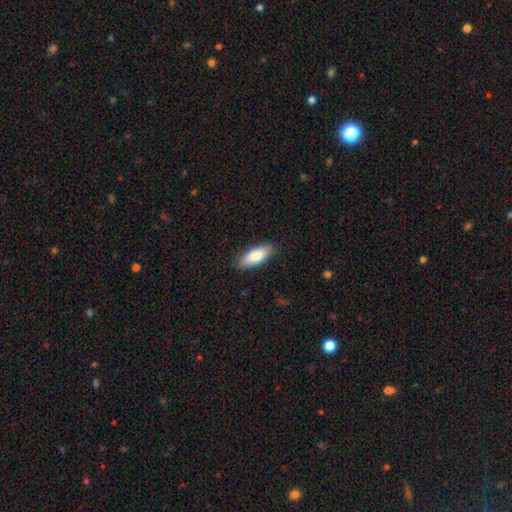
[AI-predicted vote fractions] This is clearly a smooth galaxy (81%). How rounded: likely in between (74%). Merging: clearly none (87%).